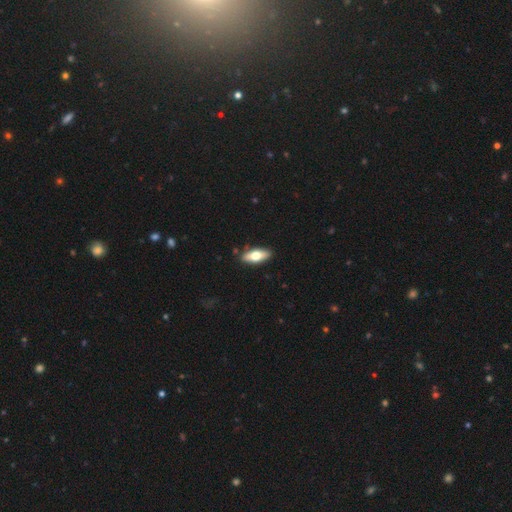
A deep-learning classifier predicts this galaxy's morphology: Smooth or featured? smooth (61%)
How rounded? in between (75%)
Merging? none (87%)